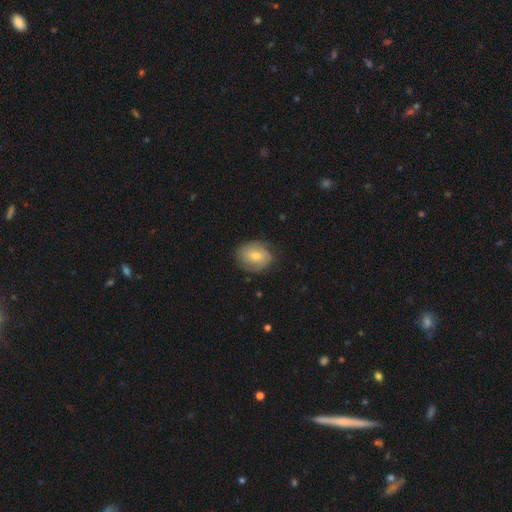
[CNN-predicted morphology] Overall: featured or disk (47%; smooth 45%). Merging: none (75%).